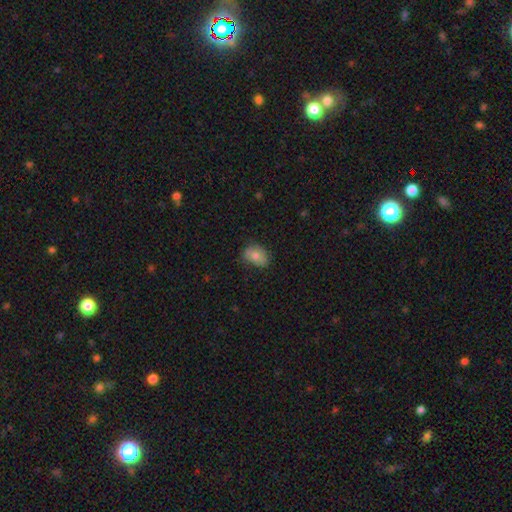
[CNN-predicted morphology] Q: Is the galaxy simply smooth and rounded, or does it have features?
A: smooth — 69%.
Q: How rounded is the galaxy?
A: in between — 72%.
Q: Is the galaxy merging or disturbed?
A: none — 68%.